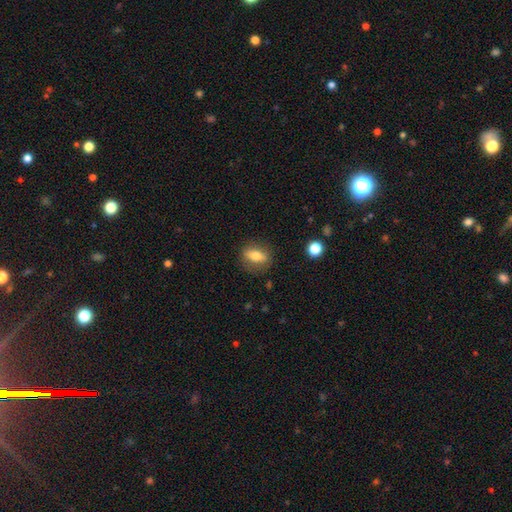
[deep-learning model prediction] This is likely a smooth galaxy (69%). How rounded: likely in between (71%). Merging: clearly none (82%).